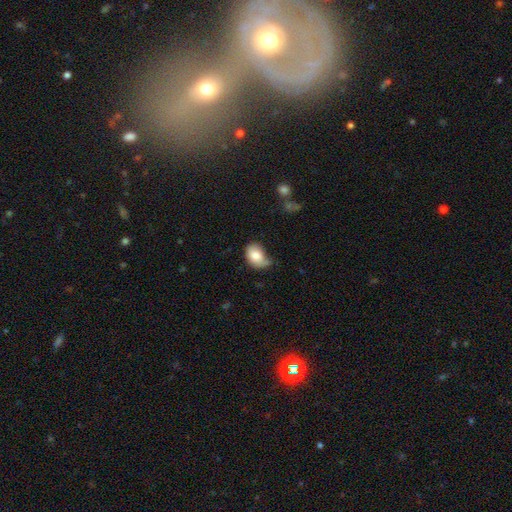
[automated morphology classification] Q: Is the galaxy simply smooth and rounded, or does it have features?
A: smooth — 81%.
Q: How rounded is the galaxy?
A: in between — 73%.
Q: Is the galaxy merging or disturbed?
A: minor disturbance — 41%.